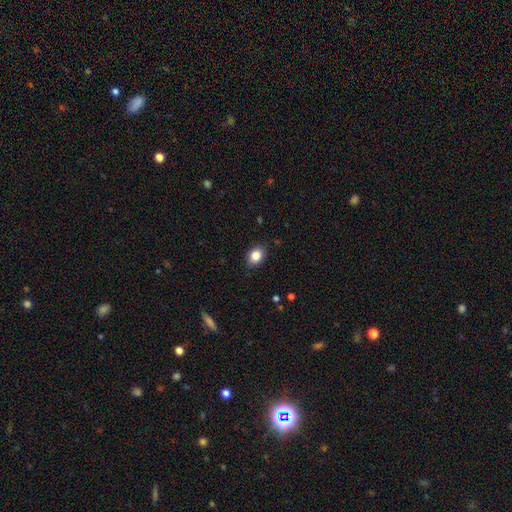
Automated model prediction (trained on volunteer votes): Smooth or featured? smooth (84%)
How rounded? in between (66%)
Merging? none (85%)